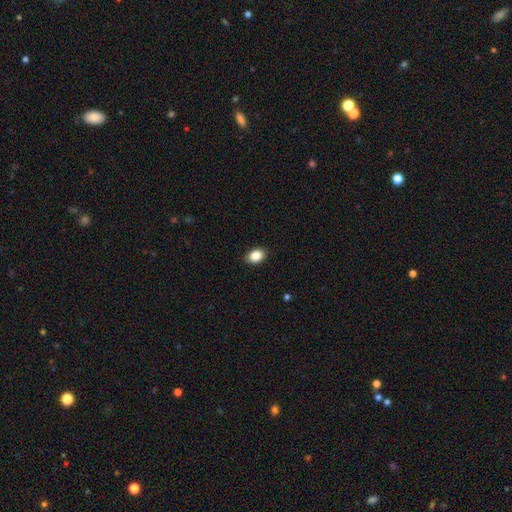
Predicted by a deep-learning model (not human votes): smooth_or_featured: smooth (p=0.86) [alt: star or artifact p=0.08]
how_rounded: in between (p=0.77) [alt: round p=0.22]
merging: none (p=0.89) [alt: minor disturbance p=0.08]